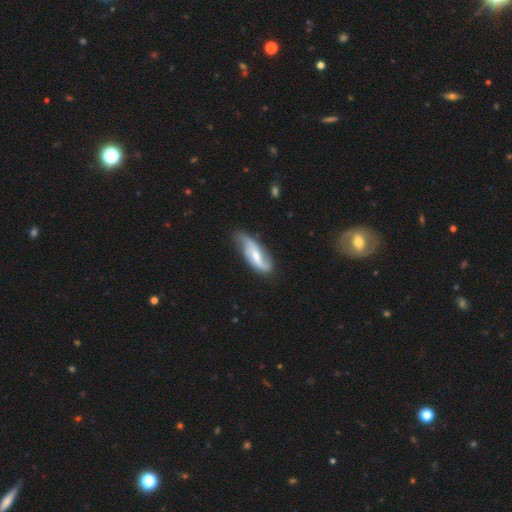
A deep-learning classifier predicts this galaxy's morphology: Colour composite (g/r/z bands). It shows a featured or disk galaxy (70%) with a weak bar (43%), 2 (85%) loose (69%) spiral arms (92%) and a moderate central bulge (49%). Merging: none (55%).